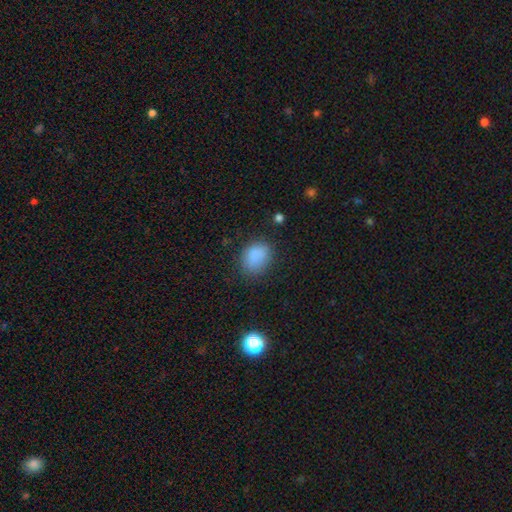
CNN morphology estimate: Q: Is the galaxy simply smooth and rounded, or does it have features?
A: smooth — 85%.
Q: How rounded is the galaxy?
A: in between — 61%.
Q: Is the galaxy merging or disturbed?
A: none — 76%.